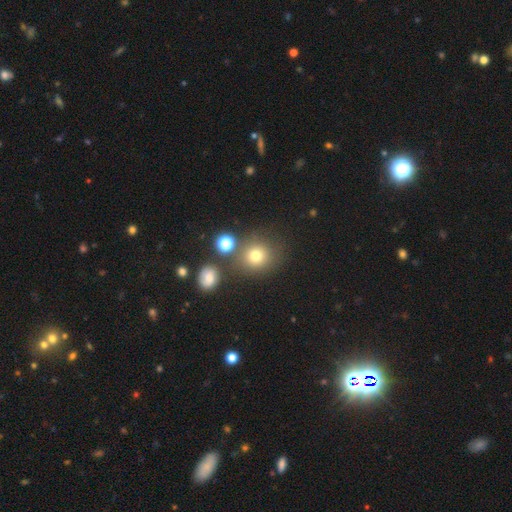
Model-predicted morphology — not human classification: This is likely a smooth galaxy (73%). How rounded: clearly round (87%). Merging: likely none (75%).